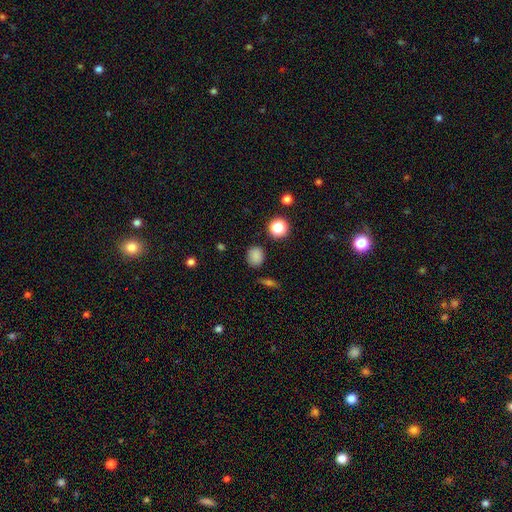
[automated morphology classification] Smooth or featured: smooth — 82% (star or artifact — 13%)
How rounded: round — 73% (in between — 26%)
Merging: none — 84% (minor disturbance — 11%)